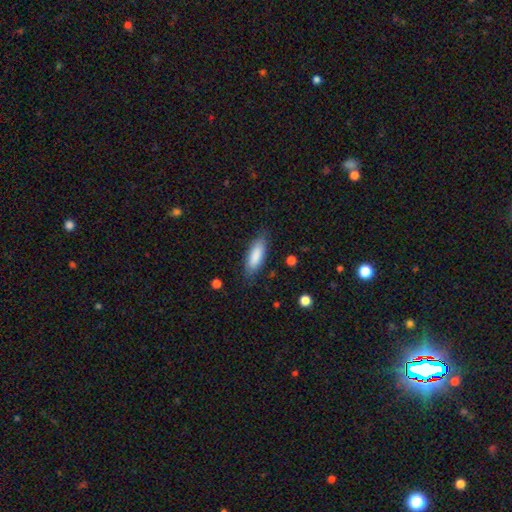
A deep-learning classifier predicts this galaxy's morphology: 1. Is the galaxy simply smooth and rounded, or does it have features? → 86% smooth, 9% featured or disk, 6% star or artifact.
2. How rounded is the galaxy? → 62% in between, 37% cigar-shaped, 2% round.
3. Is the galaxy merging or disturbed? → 82% none, 14% minor disturbance, 3% major disturbance, 1% merger.